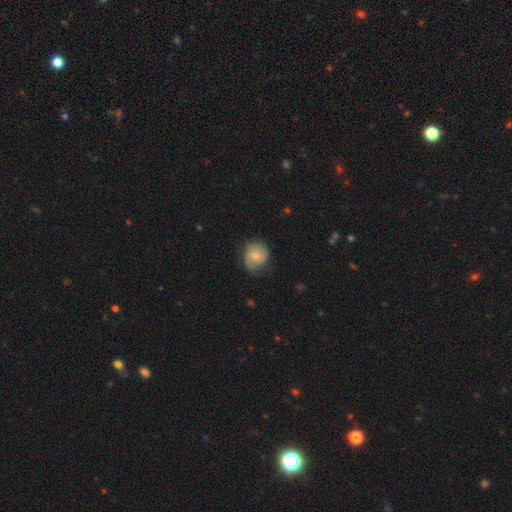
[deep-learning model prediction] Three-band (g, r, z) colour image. It shows a smooth galaxy with no disk features (51%) that is round (73%). Merging: none (64%).